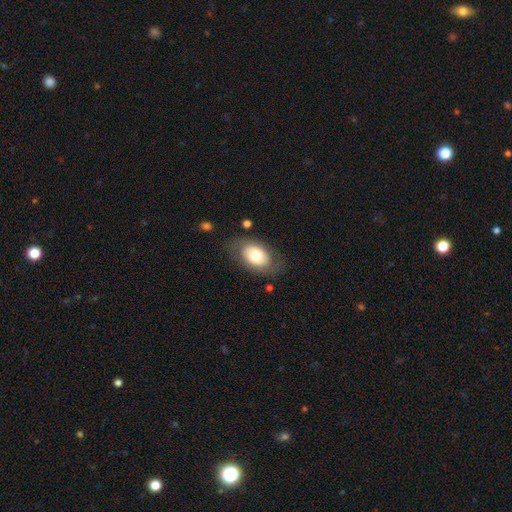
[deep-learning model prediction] Morphology: type=smooth (65%); roundness=in between (87%); merging=none (73%).